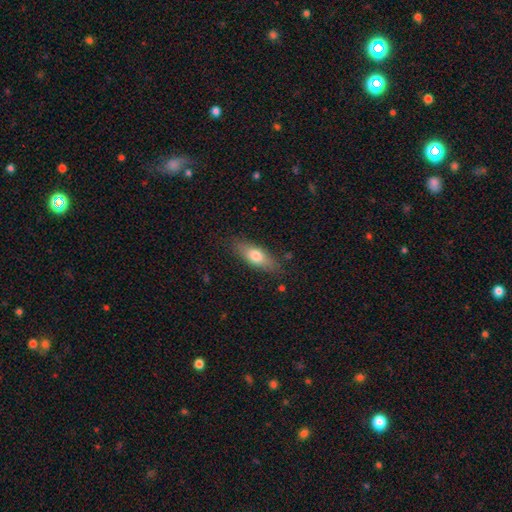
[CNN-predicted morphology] Smooth or featured?
  - smooth: 72% *
  - featured or disk: 22%
  - star or artifact: 7%
How rounded?
  - in between: 68% *
  - cigar-shaped: 28%
  - round: 3%
Merging?
  - none: 81% *
  - minor disturbance: 14%
  - major disturbance: 3%
  - merger: 1%